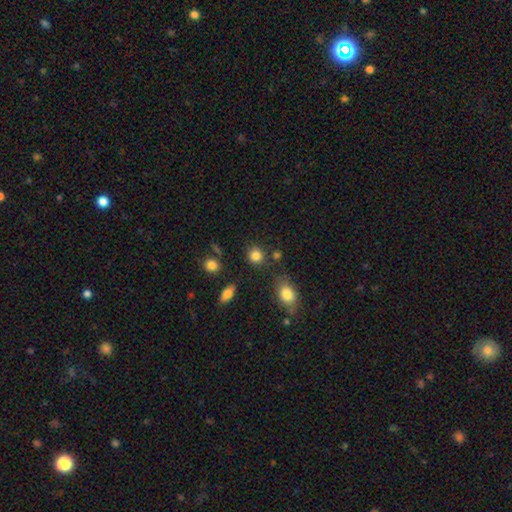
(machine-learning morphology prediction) Smooth or featured?
  - smooth: 84% *
  - star or artifact: 10%
  - featured or disk: 5%
How rounded?
  - round: 86% *
  - in between: 13%
  - cigar-shaped: 1%
Merging?
  - none: 81% *
  - minor disturbance: 10%
  - merger: 6%
  - major disturbance: 3%